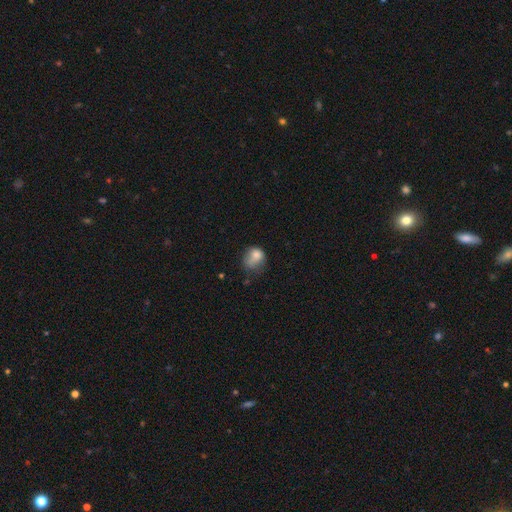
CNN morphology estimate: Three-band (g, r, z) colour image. It shows a smooth galaxy with no disk features (75%) that is round (53%). Merging: minor disturbance (33%).